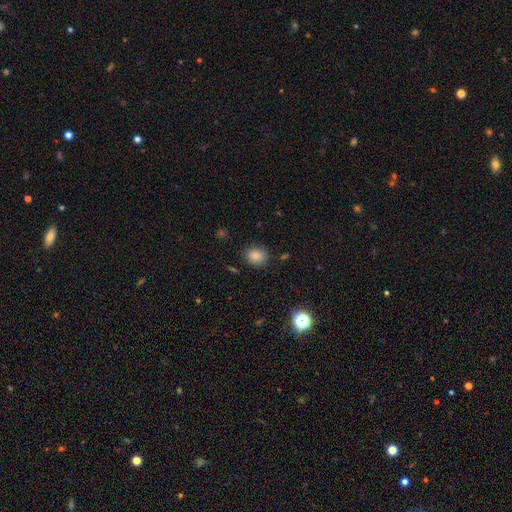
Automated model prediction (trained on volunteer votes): A smooth galaxy with no disk features (84%) that is round (66%).

Vote fractions:
- Smooth or featured? smooth: 84% / star or artifact: 11% / featured or disk: 5%
- How rounded? round: 66% / in between: 33% / cigar-shaped: 1%
- Merging? none: 83% / minor disturbance: 12% / major disturbance: 3% / merger: 2%